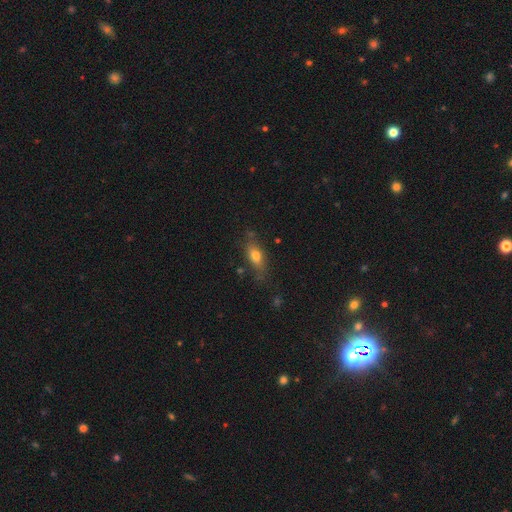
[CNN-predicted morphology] This appears to be a smooth galaxy with no disk features (70%) that is in between round and cigar-shaped (72%). Merging: none (70%).